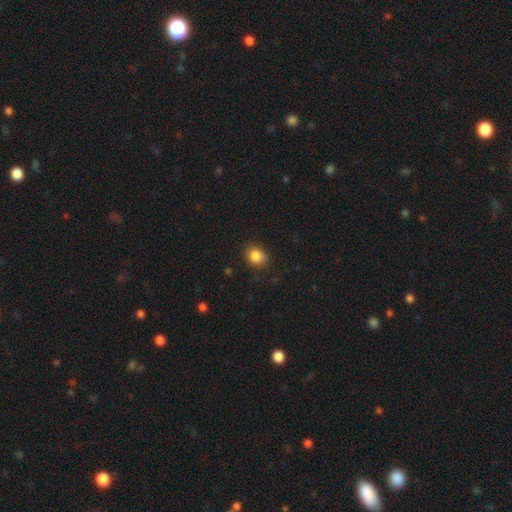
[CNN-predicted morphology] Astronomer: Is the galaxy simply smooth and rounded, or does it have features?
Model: smooth — 85%.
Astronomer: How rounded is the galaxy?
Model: round — 54% (runner-up: in between, 45%).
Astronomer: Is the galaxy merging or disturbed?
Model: none — 78%.